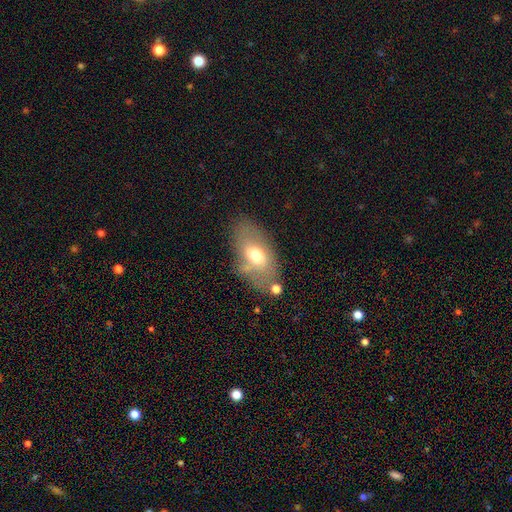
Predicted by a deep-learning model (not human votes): Q: Smooth or featured?
A: smooth (59%); runner-up: featured or disk (32%)
Q: How rounded?
A: in between (91%); runner-up: round (6%)
Q: Merging?
A: none (63%); runner-up: minor disturbance (20%)